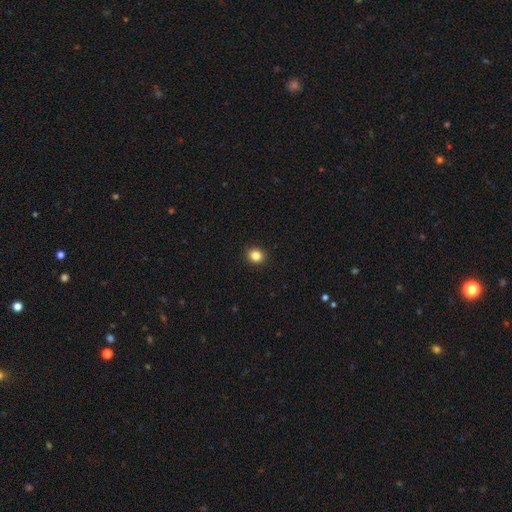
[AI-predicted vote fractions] Smooth or featured: smooth — 84% (star or artifact — 11%)
How rounded: round — 80% (in between — 19%)
Merging: none — 93% (minor disturbance — 5%)